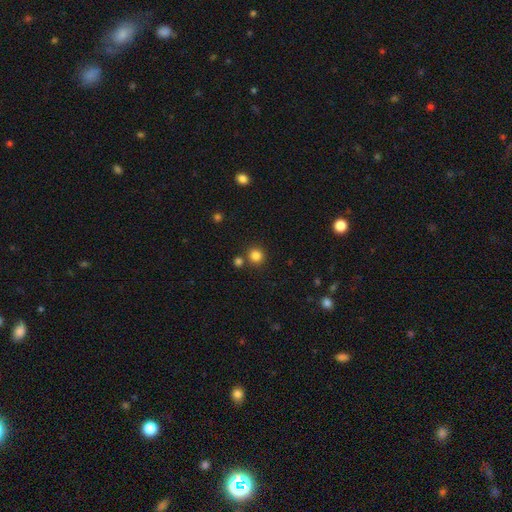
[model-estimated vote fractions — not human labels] A smooth galaxy with no disk features (83%) that is round (93%).

Vote fractions:
- Smooth or featured? smooth: 83% / star or artifact: 13% / featured or disk: 4%
- How rounded? round: 93% / in between: 6% / cigar-shaped: 1%
- Merging? none: 81% / merger: 10% / minor disturbance: 7% / major disturbance: 2%